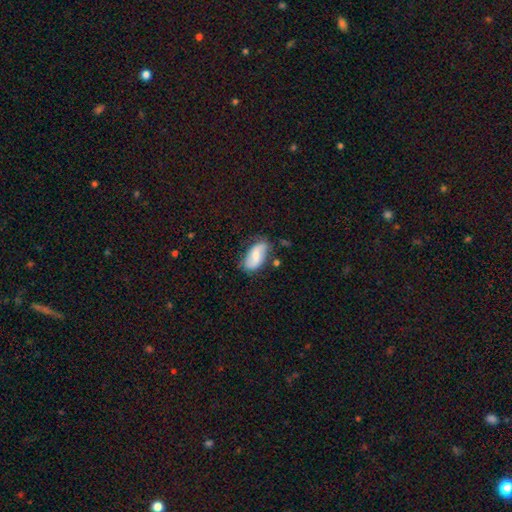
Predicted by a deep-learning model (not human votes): smooth_or_featured: smooth (p=0.50) [alt: featured or disk p=0.43]
how_rounded: in between (p=0.93) [alt: round p=0.04]
merging: none (p=0.67) [alt: minor disturbance p=0.24]